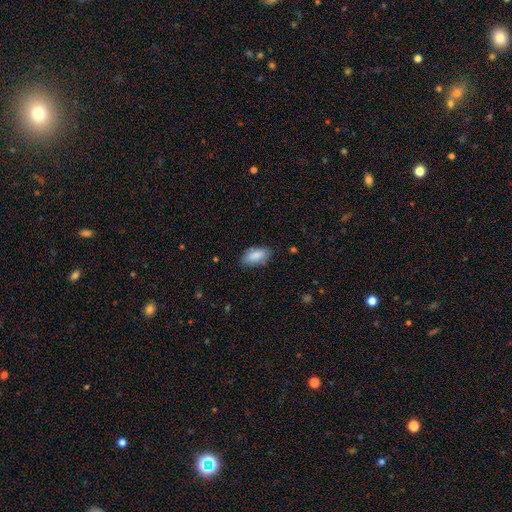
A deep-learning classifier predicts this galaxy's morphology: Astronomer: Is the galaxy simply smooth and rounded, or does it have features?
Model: smooth — 87%.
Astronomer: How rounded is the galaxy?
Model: in between — 91%.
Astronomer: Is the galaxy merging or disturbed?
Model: none — 81%.